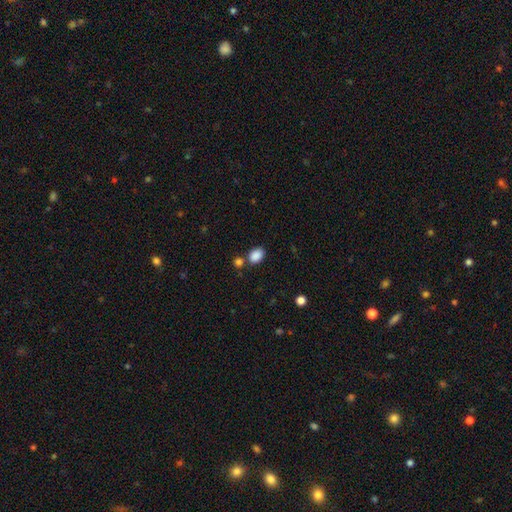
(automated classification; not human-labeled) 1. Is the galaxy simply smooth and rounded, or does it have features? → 87% smooth, 9% star or artifact, 4% featured or disk.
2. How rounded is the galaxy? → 78% in between, 21% round, 1% cigar-shaped.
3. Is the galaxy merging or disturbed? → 68% none, 17% merger, 12% minor disturbance, 4% major disturbance.